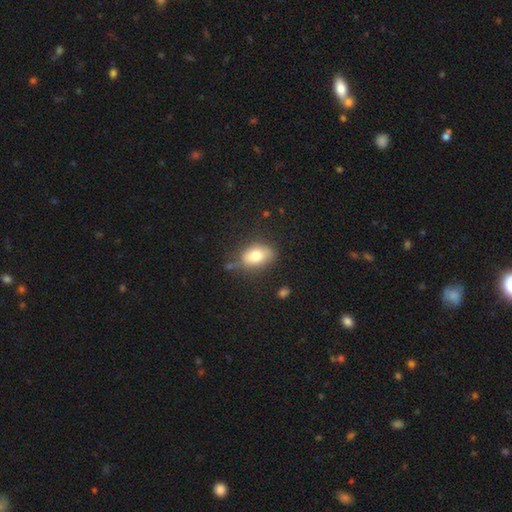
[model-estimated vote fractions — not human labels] A smooth galaxy with no disk features (77%) that is in between round and cigar-shaped (82%). Merging: none (63%).